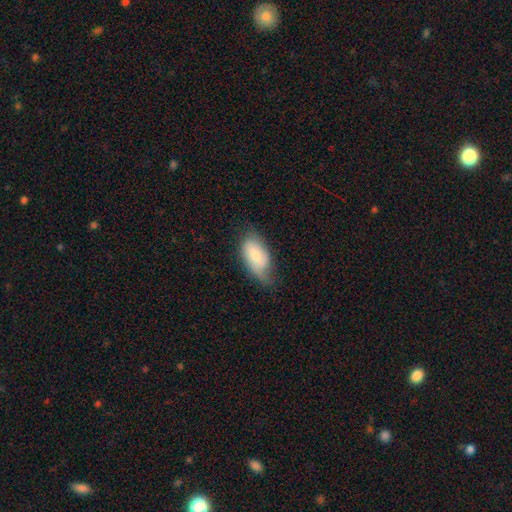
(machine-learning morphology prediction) A smooth galaxy with no disk features (64%) that is in between round and cigar-shaped (93%).

Vote fractions:
- Smooth or featured? smooth: 64% / featured or disk: 29% / star or artifact: 7%
- How rounded? in between: 93% / cigar-shaped: 4% / round: 4%
- Merging? none: 49% / minor disturbance: 37% / major disturbance: 13% / merger: 2%